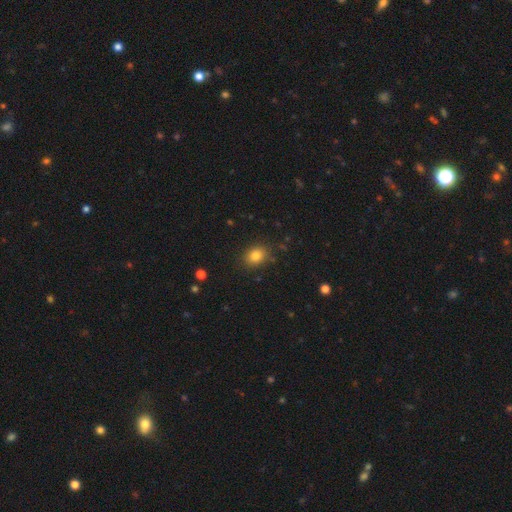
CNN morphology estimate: A smooth galaxy with no disk features (82%) that is round (50%).

Vote fractions:
- Smooth or featured? smooth: 82% / star or artifact: 11% / featured or disk: 6%
- How rounded? round: 50% / in between: 49% / cigar-shaped: 1%
- Merging? none: 85% / minor disturbance: 11% / major disturbance: 3% / merger: 2%